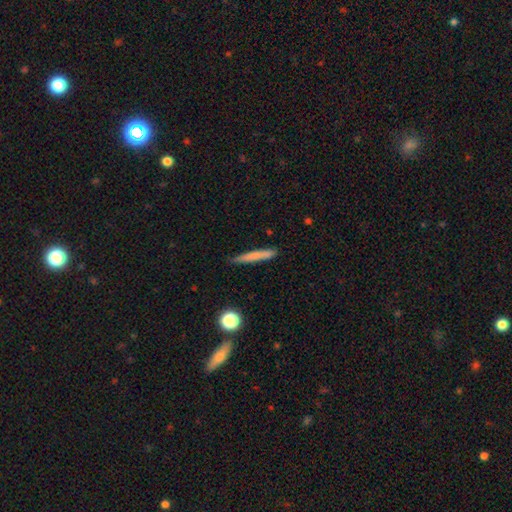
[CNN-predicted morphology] Q: Smooth or featured?
A: smooth (69%); runner-up: featured or disk (24%)
Q: How rounded?
A: cigar-shaped (94%); runner-up: in between (4%)
Q: Merging?
A: none (83%); runner-up: minor disturbance (13%)